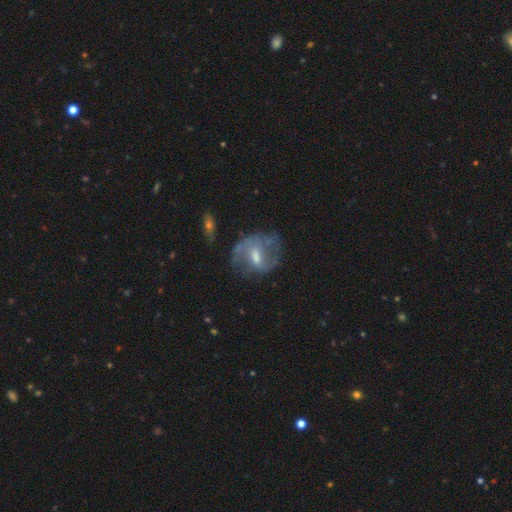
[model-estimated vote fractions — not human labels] A featured or disk galaxy (75%) with a weak bar (56%), 2 (69%) medium (47%) spiral arms (84%) and a moderate central bulge (53%). Merging: none (60%).